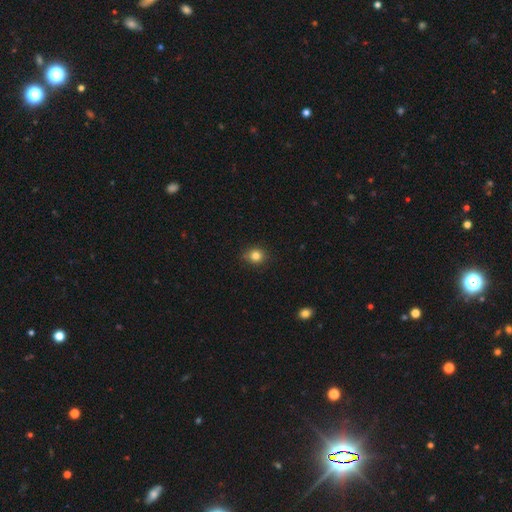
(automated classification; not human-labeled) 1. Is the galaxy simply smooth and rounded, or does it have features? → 83% smooth, 12% star or artifact, 5% featured or disk.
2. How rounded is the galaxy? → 81% round, 18% in between, 1% cigar-shaped.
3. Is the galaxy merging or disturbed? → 85% none, 12% minor disturbance, 2% major disturbance, 1% merger.